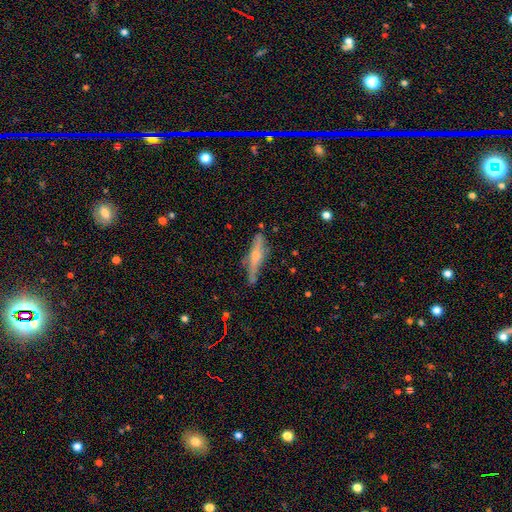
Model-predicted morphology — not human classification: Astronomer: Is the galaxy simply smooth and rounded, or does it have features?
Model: featured or disk — 65%.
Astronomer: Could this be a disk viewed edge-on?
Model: yes — 91%.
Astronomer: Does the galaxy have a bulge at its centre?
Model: rounded — 85%.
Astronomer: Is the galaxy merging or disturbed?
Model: none — 75%.